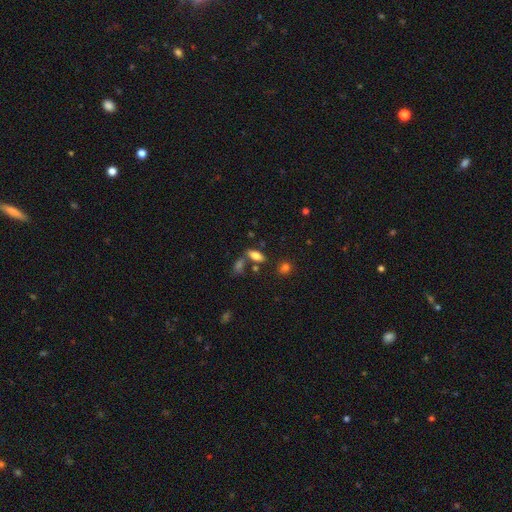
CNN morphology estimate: Smooth or featured?
  - smooth: 73% *
  - featured or disk: 17%
  - star or artifact: 10%
How rounded?
  - in between: 78% *
  - cigar-shaped: 18%
  - round: 4%
Merging?
  - none: 68% *
  - merger: 15%
  - minor disturbance: 12%
  - major disturbance: 4%